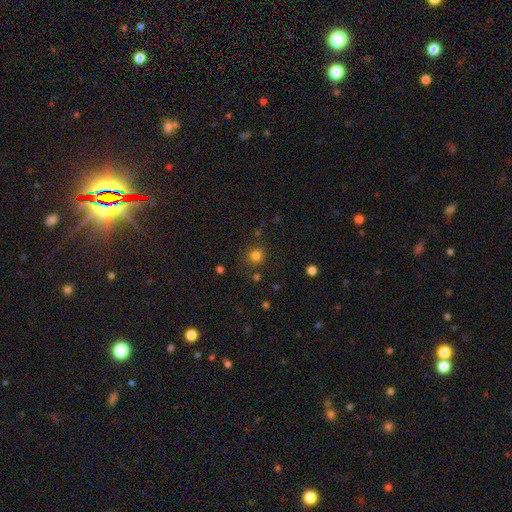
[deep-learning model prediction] Smooth or featured?
  - smooth: 79% *
  - star or artifact: 15%
  - featured or disk: 5%
How rounded?
  - round: 91% *
  - in between: 8%
  - cigar-shaped: 1%
Merging?
  - none: 84% *
  - minor disturbance: 9%
  - merger: 4%
  - major disturbance: 3%